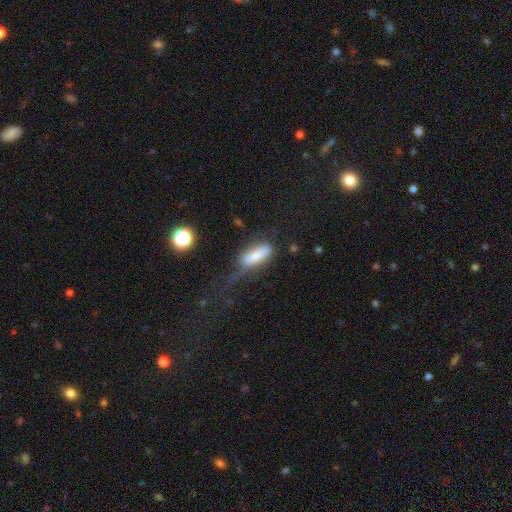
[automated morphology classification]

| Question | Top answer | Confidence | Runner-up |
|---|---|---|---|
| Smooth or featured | smooth | 72% | featured or disk (20%) |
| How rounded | in between | 63% | cigar-shaped (34%) |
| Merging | none | 37% | major disturbance (33%) |